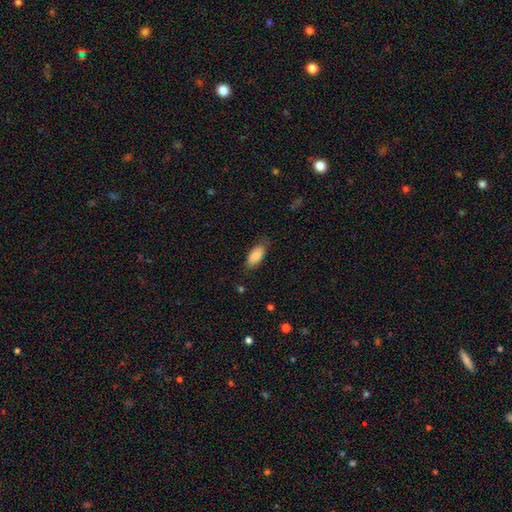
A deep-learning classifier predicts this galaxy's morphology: Q: Smooth or featured?
A: smooth (86%); runner-up: featured or disk (8%)
Q: How rounded?
A: in between (89%); runner-up: cigar-shaped (9%)
Q: Merging?
A: none (73%); runner-up: minor disturbance (21%)